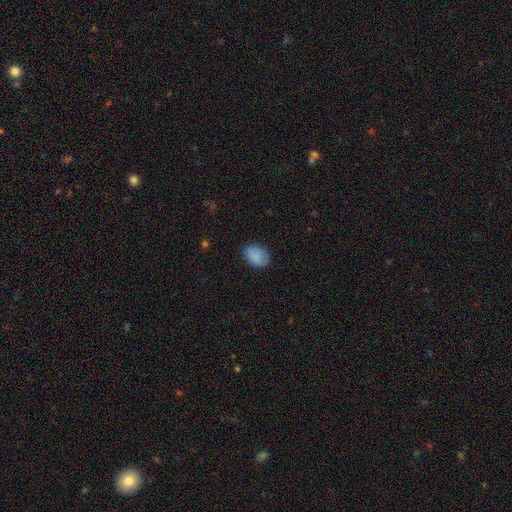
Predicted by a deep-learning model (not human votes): smooth_or_featured: smooth (p=0.88) [alt: star or artifact p=0.07]
how_rounded: in between (p=0.74) [alt: round p=0.25]
merging: none (p=0.84) [alt: minor disturbance p=0.13]